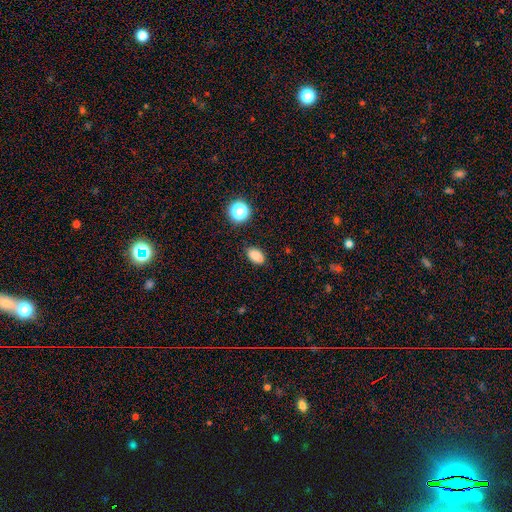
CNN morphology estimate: A smooth galaxy with no disk features (81%) that is in between round and cigar-shaped (86%).

Vote fractions:
- Smooth or featured? smooth: 81% / star or artifact: 13% / featured or disk: 6%
- How rounded? in between: 86% / round: 12% / cigar-shaped: 2%
- Merging? none: 77% / minor disturbance: 15% / merger: 4% / major disturbance: 3%